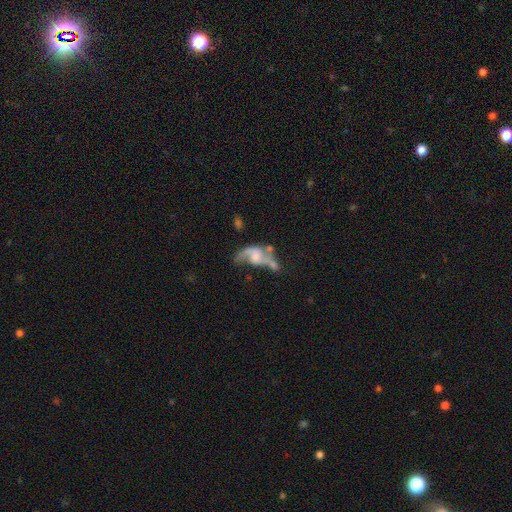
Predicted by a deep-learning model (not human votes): Morphology: type=featured or disk (75%); edge-on=no (96%); bar=no (55%); spiral arms=yes (85%); winding=loose (64%); arm count=2 (75%); bulge=moderate (33%, tied with small); merging=merger (30%).